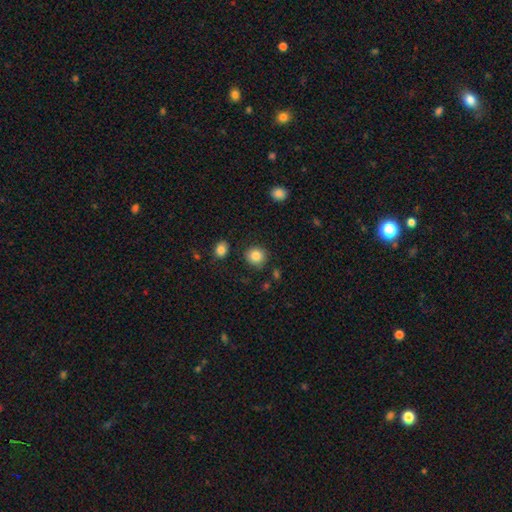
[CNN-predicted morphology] Smooth or featured? Predicted: smooth (p=0.85). How rounded? Predicted: round (p=0.88). Merging? Predicted: none (p=0.86).